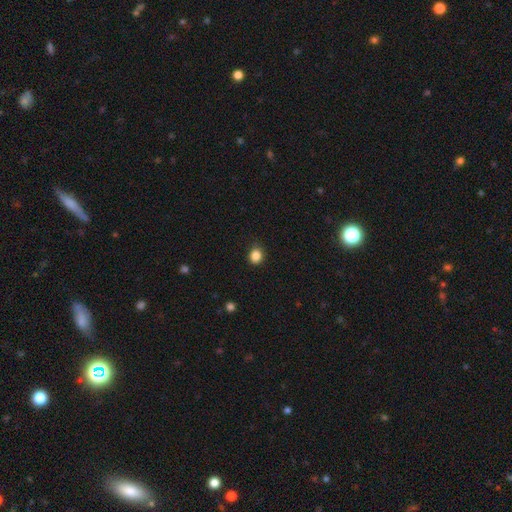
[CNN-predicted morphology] A smooth galaxy with no disk features (85%) that is round (73%). Merging: none (85%).